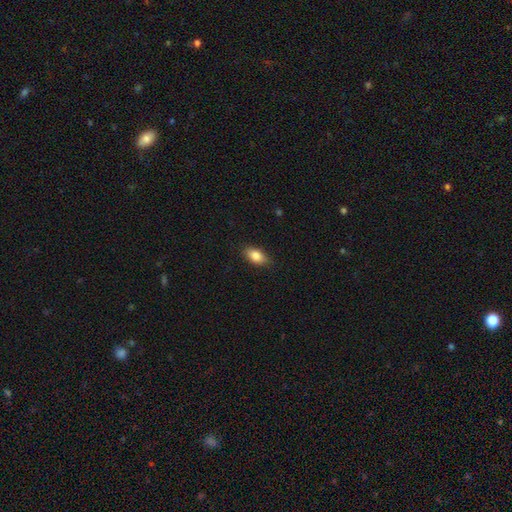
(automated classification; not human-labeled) This appears to be a smooth galaxy with no disk features (84%) that is in between round and cigar-shaped (88%). Merging: none (85%).